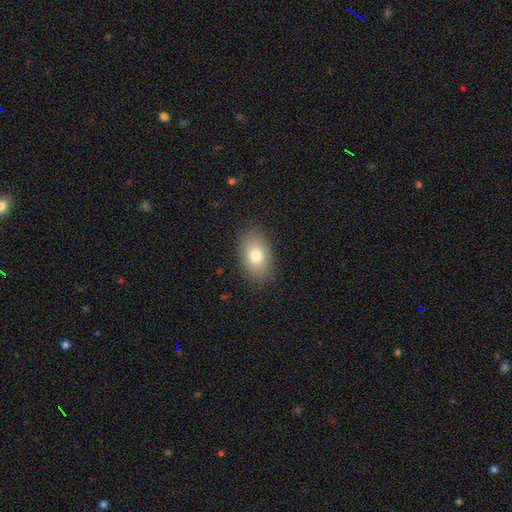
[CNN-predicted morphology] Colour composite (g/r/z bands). It shows a smooth galaxy with no disk features (78%) that is in between round and cigar-shaped (87%). Merging: none (86%).